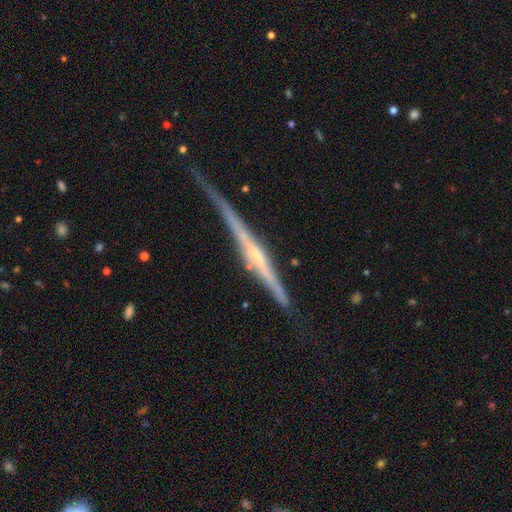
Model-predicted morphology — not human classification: A featured or disk galaxy (81%) viewed edge-on (98%) with a rounded central bulge (53%). Merging: none (70%).